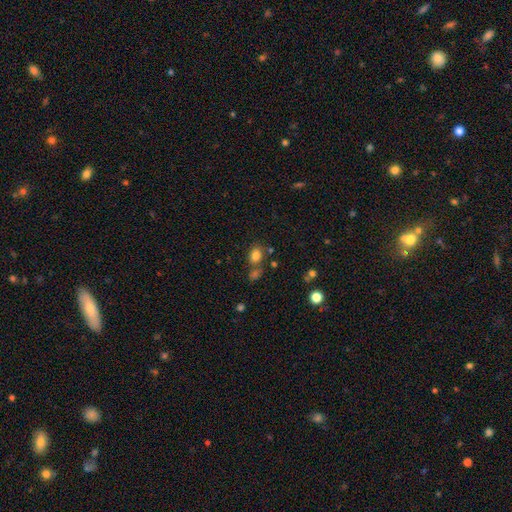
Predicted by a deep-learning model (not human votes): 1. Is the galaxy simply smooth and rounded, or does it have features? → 80% smooth, 13% star or artifact, 7% featured or disk.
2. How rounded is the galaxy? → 59% in between, 40% round, 1% cigar-shaped.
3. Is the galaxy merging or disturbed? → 64% none, 19% merger, 13% minor disturbance, 4% major disturbance.